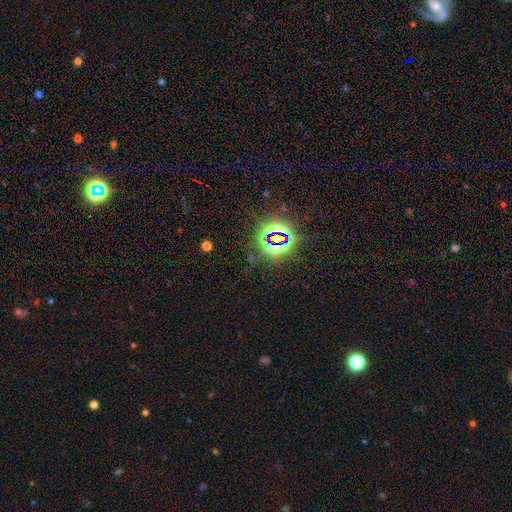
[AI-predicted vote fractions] The model was most divided on "smooth or featured": star or artifact: 80%, smooth: 12%, featured or disk: 7%.